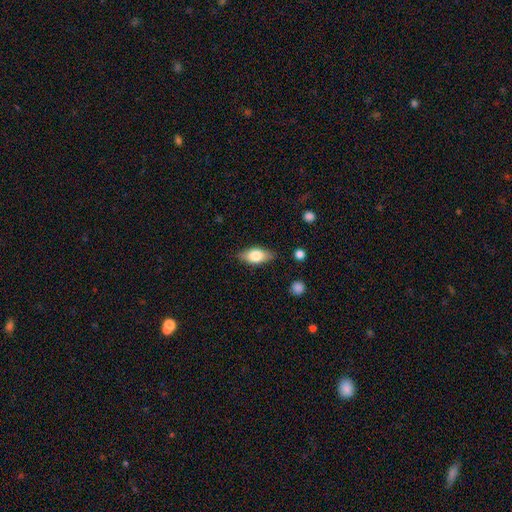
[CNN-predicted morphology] This is likely a smooth galaxy (71%). How rounded: clearly in between (85%). Merging: clearly none (82%).